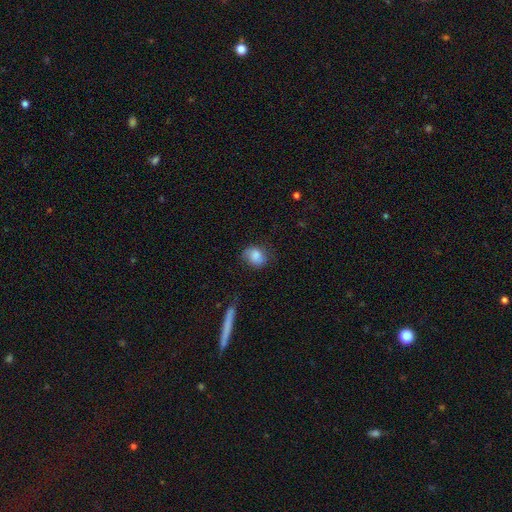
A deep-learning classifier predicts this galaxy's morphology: Q: Smooth or featured?
A: smooth (81%); runner-up: featured or disk (11%)
Q: How rounded?
A: in between (50%); runner-up: round (48%)
Q: Merging?
A: none (65%); runner-up: minor disturbance (24%)